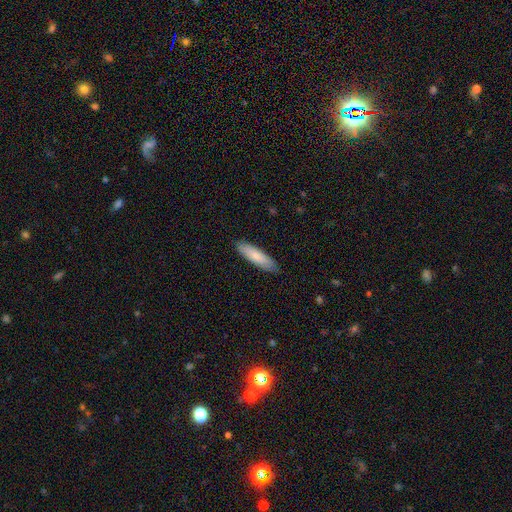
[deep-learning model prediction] smooth 82%, featured or disk 13%, star or artifact 5%. Down the decision tree: how rounded — cigar-shaped (68%); merging — none (88%).